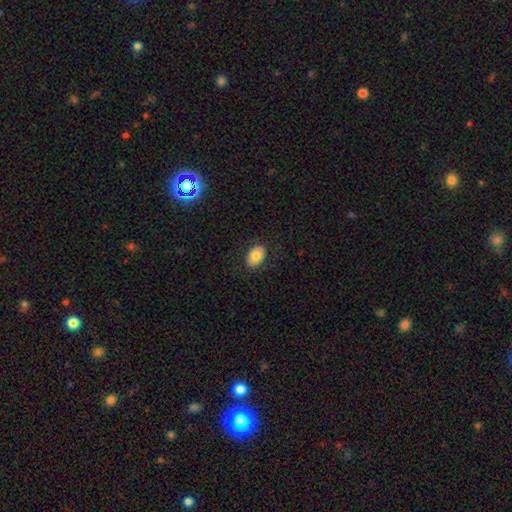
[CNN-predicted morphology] This appears to be a smooth galaxy with no disk features (82%) that is in between round and cigar-shaped (84%). Merging: none (86%).